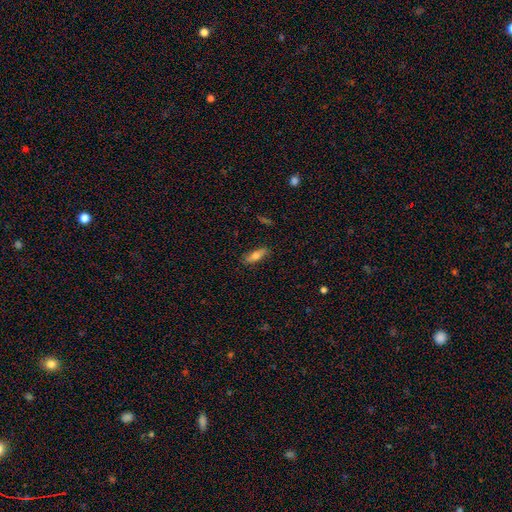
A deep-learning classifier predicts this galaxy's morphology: type=smooth (69%); roundness=in between (63%); merging=none (84%).